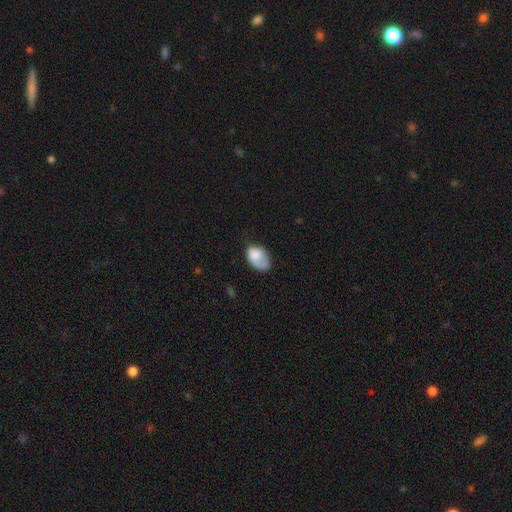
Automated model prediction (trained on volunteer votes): A smooth galaxy with no disk features (73%) that is in between round and cigar-shaped (87%).

Vote fractions:
- Smooth or featured? smooth: 73% / featured or disk: 20% / star or artifact: 7%
- How rounded? in between: 87% / round: 12% / cigar-shaped: 1%
- Merging? none: 39% / minor disturbance: 34% / major disturbance: 24% / merger: 3%